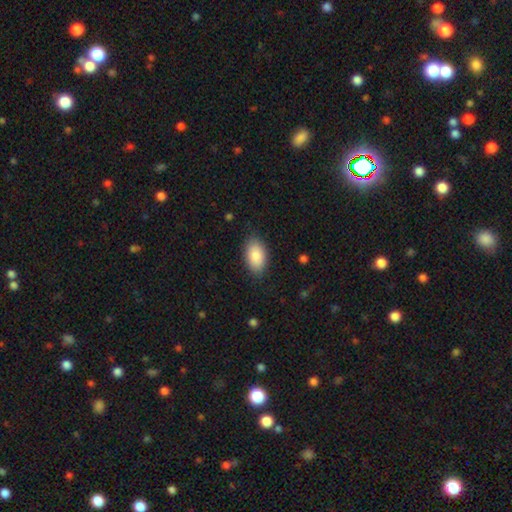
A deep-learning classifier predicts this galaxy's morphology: smooth 87%, featured or disk 7%, star or artifact 6%. Down the decision tree: how rounded — in between (94%); merging — none (85%).